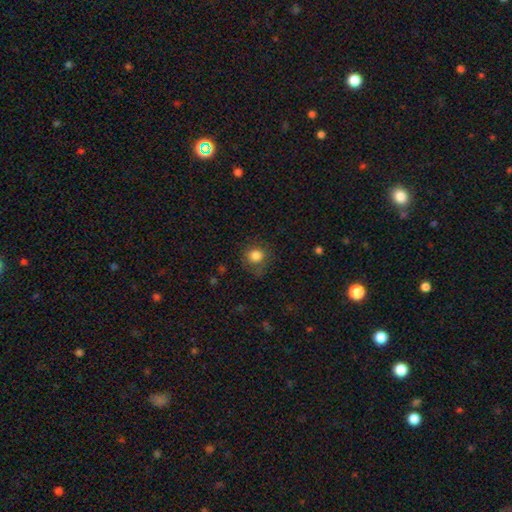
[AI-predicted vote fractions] This is clearly a smooth galaxy (83%). How rounded: clearly round (86%). Merging: likely none (70%).